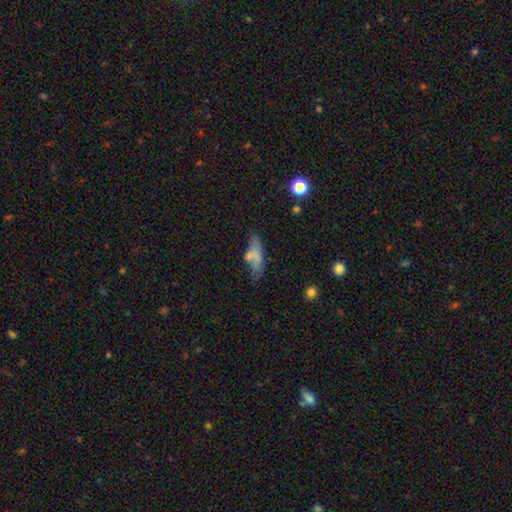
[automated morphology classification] Smooth or featured: smooth — 61% (featured or disk — 28%)
How rounded: in between — 58% (cigar-shaped — 38%)
Merging: none — 44% (minor disturbance — 26%)